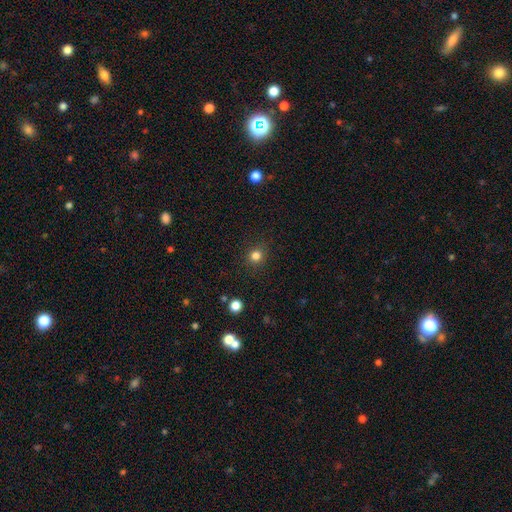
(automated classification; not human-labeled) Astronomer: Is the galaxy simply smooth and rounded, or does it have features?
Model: smooth — 81%.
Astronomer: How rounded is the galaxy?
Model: round — 89%.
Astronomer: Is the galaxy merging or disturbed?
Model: none — 89%.